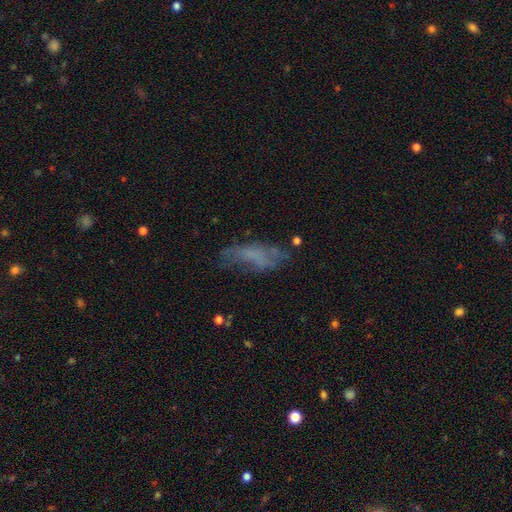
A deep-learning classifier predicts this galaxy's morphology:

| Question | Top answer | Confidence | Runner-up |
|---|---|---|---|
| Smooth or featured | smooth | 48% | featured or disk (38%) |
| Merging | none | 46% | minor disturbance (26%) |